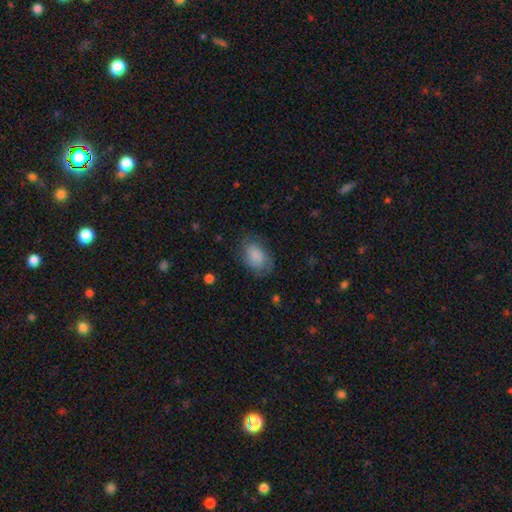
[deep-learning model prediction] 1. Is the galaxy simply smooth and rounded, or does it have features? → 81% smooth, 11% featured or disk, 7% star or artifact.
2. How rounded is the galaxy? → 84% in between, 15% round, 1% cigar-shaped.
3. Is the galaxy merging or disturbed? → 68% none, 22% minor disturbance, 9% major disturbance, 1% merger.